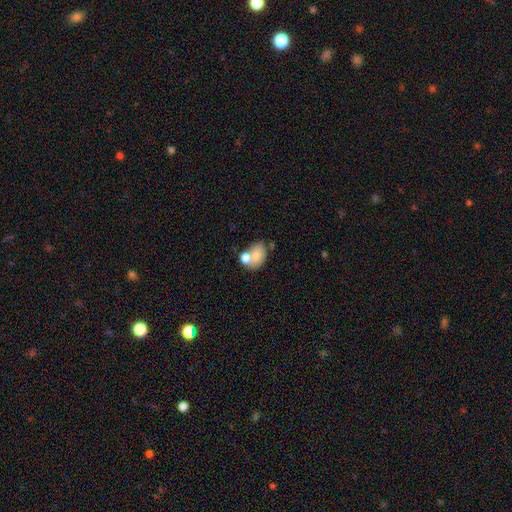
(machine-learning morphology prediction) Smooth or featured: smooth — 71% (featured or disk — 21%)
How rounded: in between — 66% (round — 33%)
Merging: merger — 42% (none — 38%)